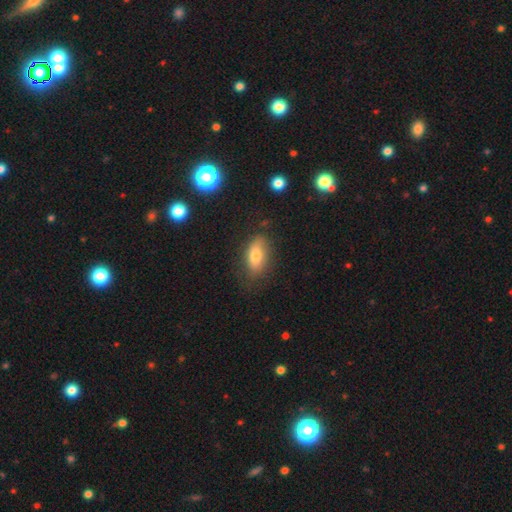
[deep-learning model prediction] Morphology: type=smooth (74%); roundness=in between (86%); merging=none (73%).